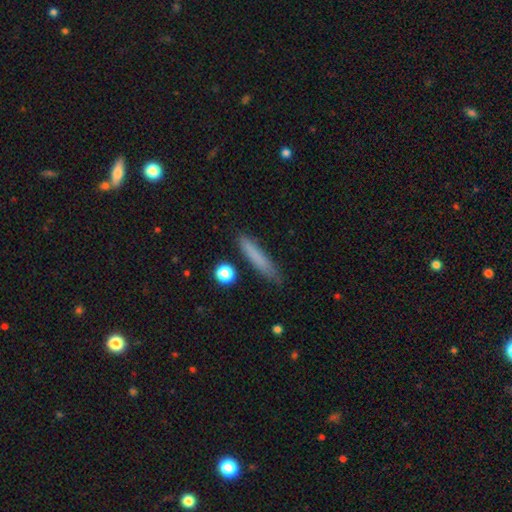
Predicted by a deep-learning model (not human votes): Overall: smooth (76%). How rounded: cigar-shaped (91%). Merging: none (82%).